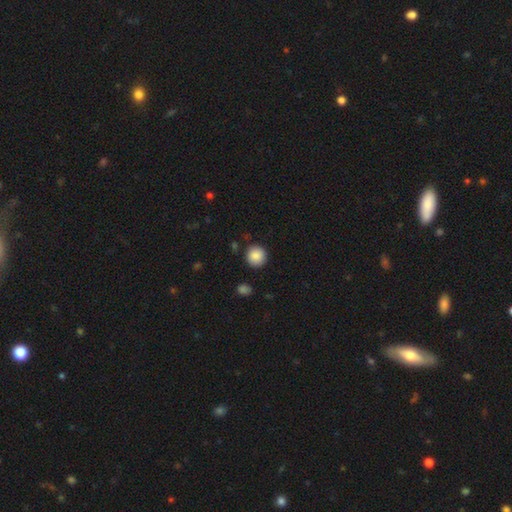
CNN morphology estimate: A smooth galaxy with no disk features (88%) that is round (93%). Merging: none (89%).